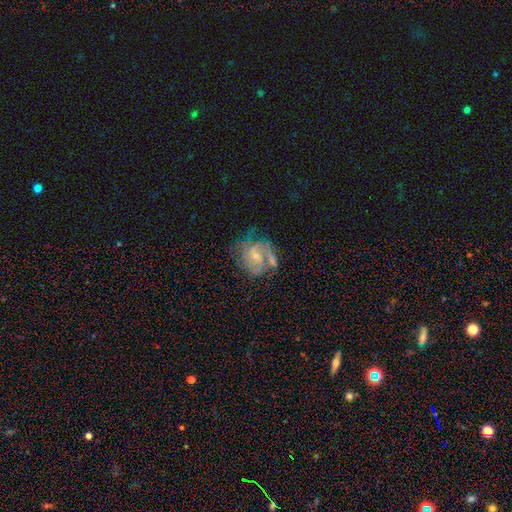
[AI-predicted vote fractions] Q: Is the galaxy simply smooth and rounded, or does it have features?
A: featured or disk — 71%.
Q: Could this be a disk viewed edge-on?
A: no — 97%.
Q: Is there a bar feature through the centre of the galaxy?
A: no — 55%.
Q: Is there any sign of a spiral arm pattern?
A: yes — 87%.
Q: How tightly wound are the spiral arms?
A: tight — 51%.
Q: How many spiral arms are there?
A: can't tell — 34%.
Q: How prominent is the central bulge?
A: small — 56%.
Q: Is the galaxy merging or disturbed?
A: none — 57%.